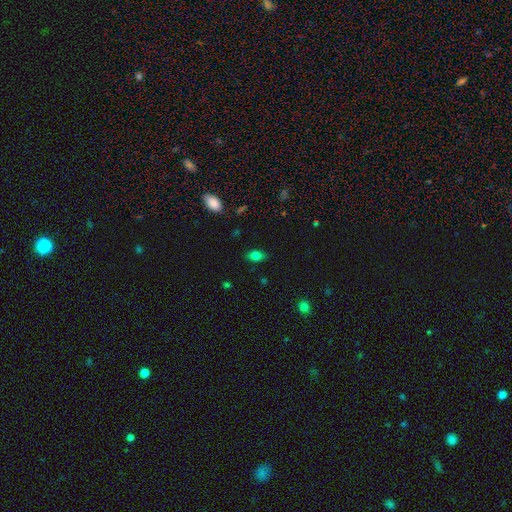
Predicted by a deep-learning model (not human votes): smooth 79%, star or artifact 13%, featured or disk 8%. Down the decision tree: how rounded — in between (82%); merging — none (82%).